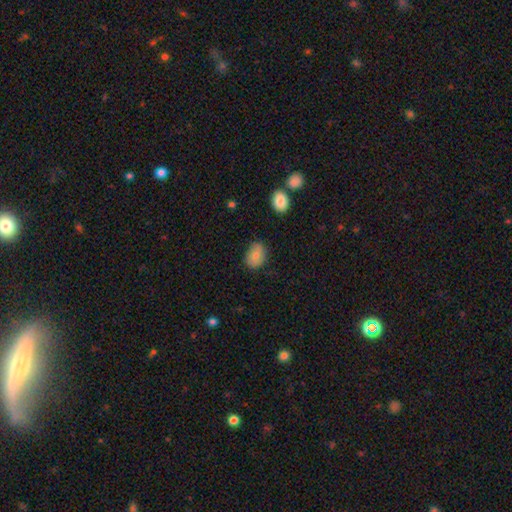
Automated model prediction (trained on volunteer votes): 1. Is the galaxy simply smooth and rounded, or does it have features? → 77% smooth, 14% featured or disk, 8% star or artifact.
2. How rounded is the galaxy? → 66% in between, 33% round, 1% cigar-shaped.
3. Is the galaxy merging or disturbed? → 73% none, 21% minor disturbance, 4% major disturbance, 2% merger.